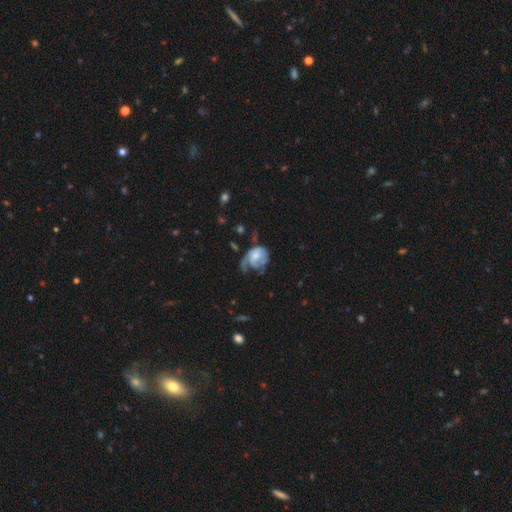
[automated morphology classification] Smooth or featured?
  - featured or disk: 60% *
  - smooth: 33%
  - star or artifact: 7%
Edge-on disk?
  - no: 97% *
  - yes: 3%
Bar?
  - no: 71% *
  - weak: 24%
  - strong: 5%
Spiral arms?
  - yes: 72% *
  - no: 28%
Bulge size?
  - moderate: 45% *
  - small: 34%
  - none: 10%
  - large: 10%
  - dominant: 2%
Merging?
  - major disturbance: 42% *
  - minor disturbance: 27%
  - none: 27%
  - merger: 4%